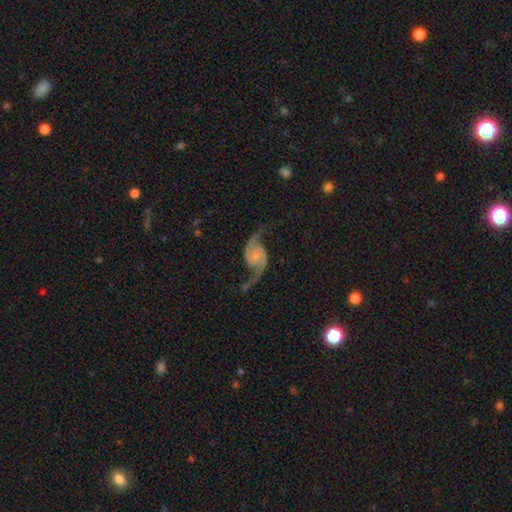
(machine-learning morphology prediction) Smooth or featured?
  - featured or disk: 91% *
  - star or artifact: 5%
  - smooth: 4%
Edge-on disk?
  - no: 98% *
  - yes: 2%
Bar?
  - no: 59% *
  - weak: 32%
  - strong: 9%
Spiral arms?
  - yes: 98% *
  - no: 2%
Spiral winding?
  - loose: 74% *
  - medium: 21%
  - tight: 5%
Spiral arm count?
  - 2: 95% *
  - 1: 1%
  - can't tell: 1%
  - 3: 1%
  - 4: 1%
  - more than 4: 1%
Bulge size?
  - small: 45% *
  - none: 32%
  - moderate: 17%
  - large: 4%
  - dominant: 2%
Merging?
  - none: 74% *
  - minor disturbance: 14%
  - major disturbance: 10%
  - merger: 3%